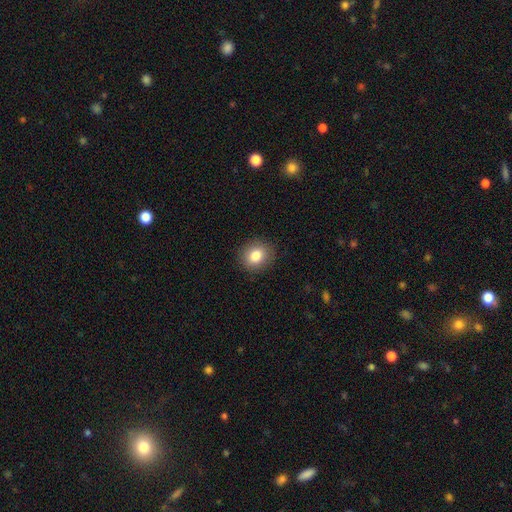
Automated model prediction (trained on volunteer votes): A smooth galaxy with no disk features (83%) that is round (73%).

Vote fractions:
- Smooth or featured? smooth: 83% / star or artifact: 10% / featured or disk: 7%
- How rounded? round: 73% / in between: 26% / cigar-shaped: 1%
- Merging? none: 89% / minor disturbance: 7% / major disturbance: 2% / merger: 1%